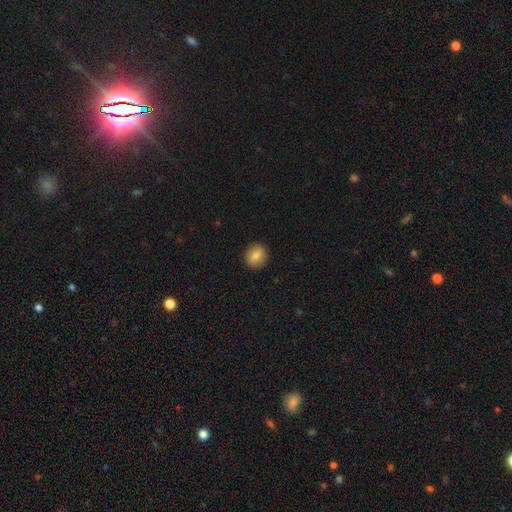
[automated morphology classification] Smooth or featured: smooth — 85% (star or artifact — 8%)
How rounded: round — 78% (in between — 21%)
Merging: none — 91% (minor disturbance — 6%)